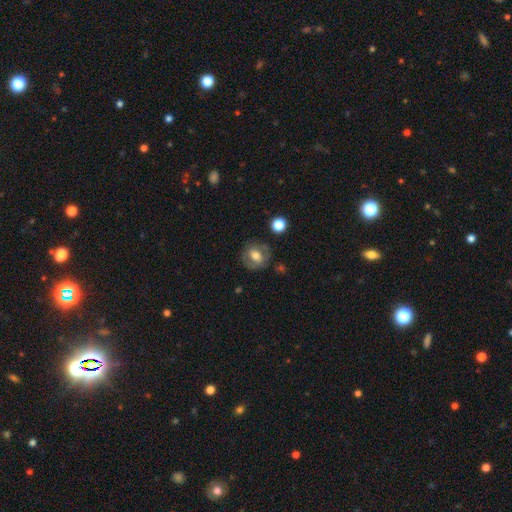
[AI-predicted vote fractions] Morphology: type=smooth (51%); roundness=round (74%); merging=none (76%).